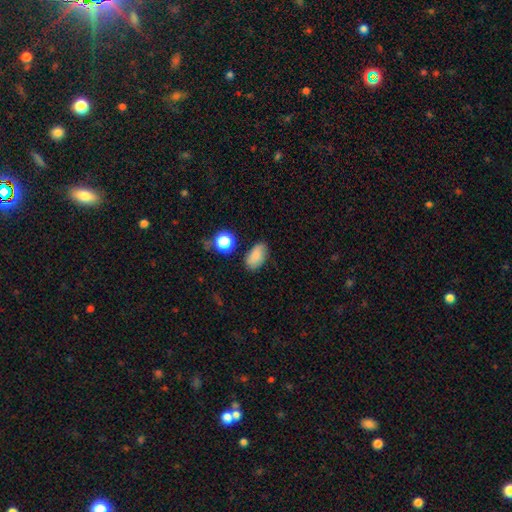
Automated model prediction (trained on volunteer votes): smooth-or-featured: smooth: 82% | star or artifact: 10% | featured or disk: 8%
  how-rounded: in between: 89% | round: 8% | cigar-shaped: 2%
  merging: none: 76% | minor disturbance: 17% | major disturbance: 4% | merger: 4%